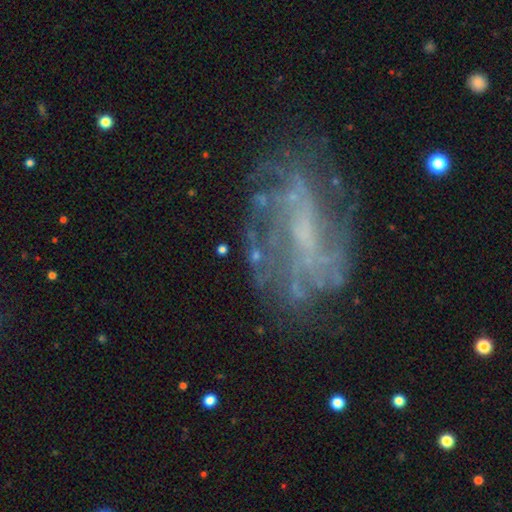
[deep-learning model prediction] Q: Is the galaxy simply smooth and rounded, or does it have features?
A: featured or disk — 68%.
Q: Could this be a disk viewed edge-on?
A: no — 94%.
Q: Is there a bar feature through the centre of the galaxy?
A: no — 52%.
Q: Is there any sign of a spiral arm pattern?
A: yes — 80%.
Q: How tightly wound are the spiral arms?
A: tight — 47%.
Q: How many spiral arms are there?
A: can't tell — 35%.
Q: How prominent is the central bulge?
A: small — 46%.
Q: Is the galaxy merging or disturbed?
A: none — 65%.